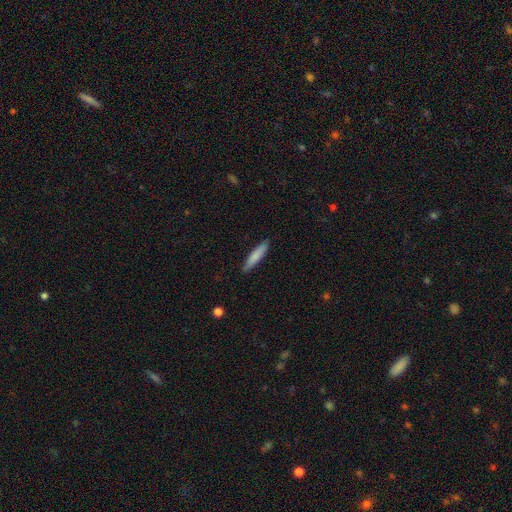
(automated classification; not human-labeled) Q: Smooth or featured?
A: smooth (78%); runner-up: featured or disk (16%)
Q: How rounded?
A: cigar-shaped (87%); runner-up: in between (12%)
Q: Merging?
A: none (86%); runner-up: minor disturbance (10%)